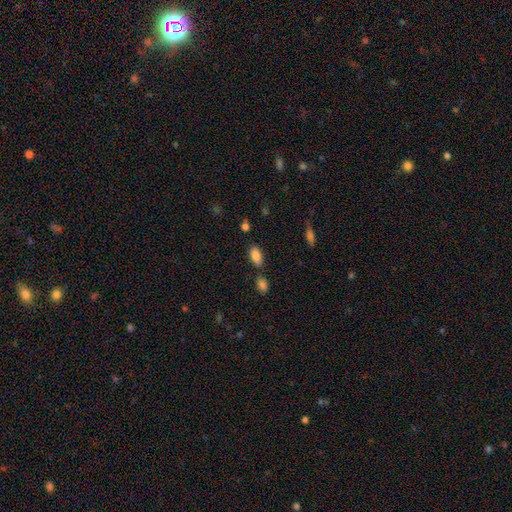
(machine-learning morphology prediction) This is clearly a smooth galaxy (86%). How rounded: clearly in between (92%). Merging: likely none (71%).